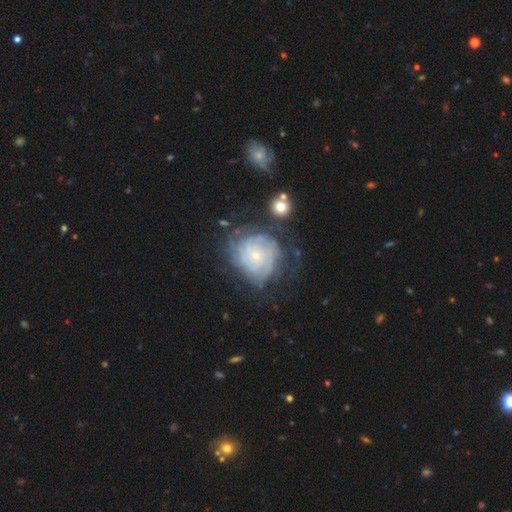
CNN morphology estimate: Q: Smooth or featured?
A: featured or disk (75%); runner-up: smooth (17%)
Q: Edge-on disk?
A: no (97%); runner-up: yes (3%)
Q: Bar?
A: no (80%); runner-up: weak (17%)
Q: Spiral arms?
A: yes (88%); runner-up: no (12%)
Q: Spiral winding?
A: tight (73%); runner-up: medium (20%)
Q: Spiral arm count?
A: can't tell (50%); runner-up: 4 (15%)
Q: Bulge size?
A: small (79%); runner-up: moderate (16%)
Q: Merging?
A: none (59%); runner-up: minor disturbance (21%)